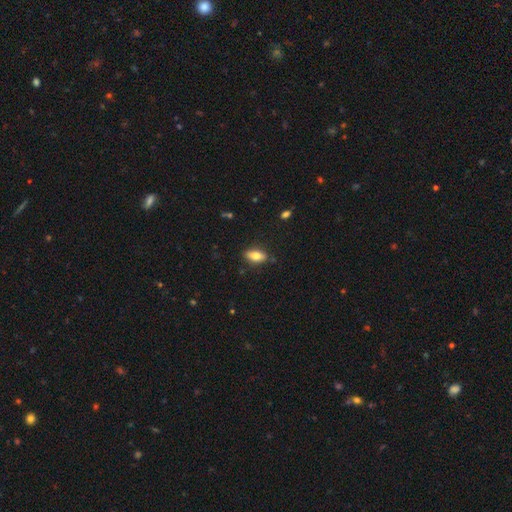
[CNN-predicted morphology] This appears to be a smooth galaxy with no disk features (76%) that is in between round and cigar-shaped (84%). Merging: none (82%).